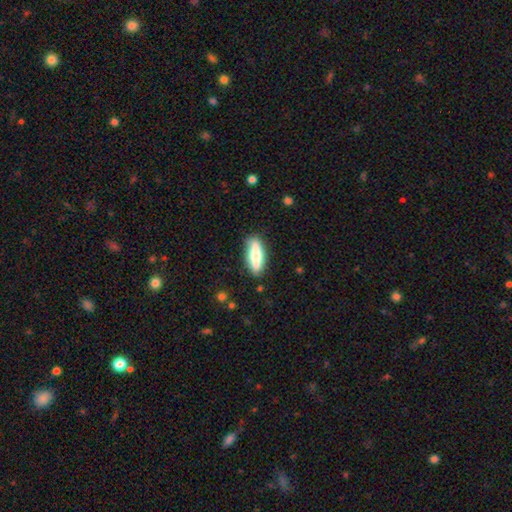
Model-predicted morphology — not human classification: This appears to be a smooth galaxy with no disk features (68%) that is cigar-shaped (51%). Merging: none (84%).